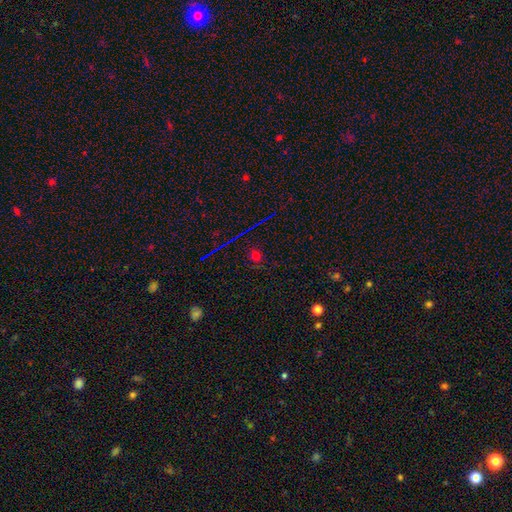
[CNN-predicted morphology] Smooth or featured? Predicted: smooth (p=0.53). How rounded? Predicted: round (p=0.87). Merging? Predicted: none (p=0.83).